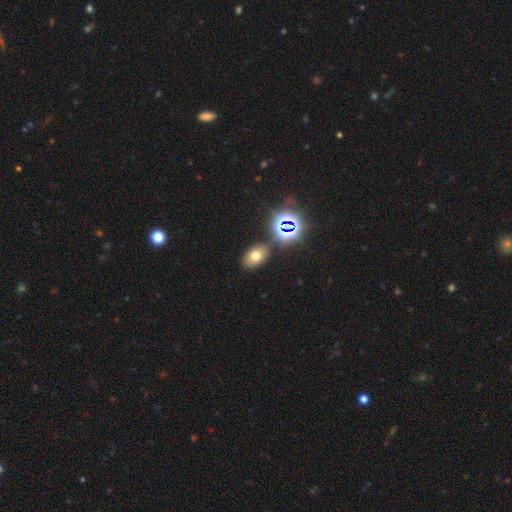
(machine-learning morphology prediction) smooth_or_featured: smooth (p=0.63) [alt: star or artifact p=0.24]
how_rounded: in between (p=0.83) [alt: round p=0.16]
merging: none (p=0.80) [alt: minor disturbance p=0.10]